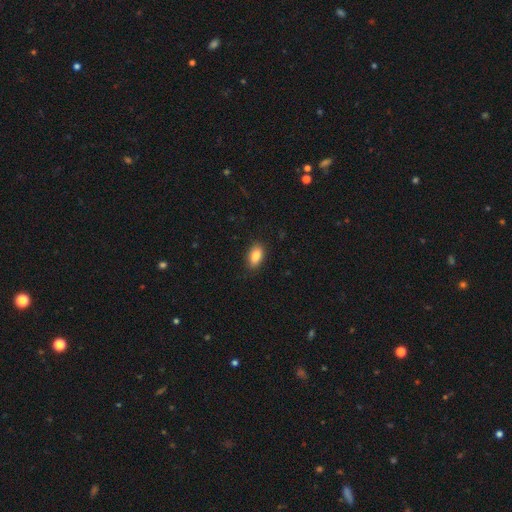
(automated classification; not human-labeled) This appears to be a smooth galaxy with no disk features (87%) that is in between round and cigar-shaped (91%). Merging: none (86%).